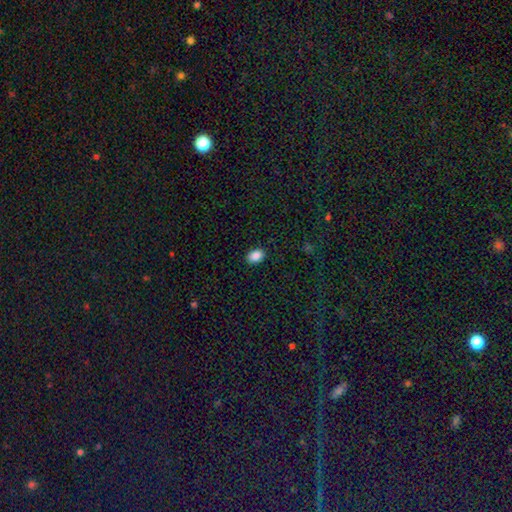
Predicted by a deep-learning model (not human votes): smooth_or_featured: smooth (p=0.89) [alt: star or artifact p=0.08]
how_rounded: in between (p=0.81) [alt: round p=0.18]
merging: none (p=0.89) [alt: minor disturbance p=0.08]